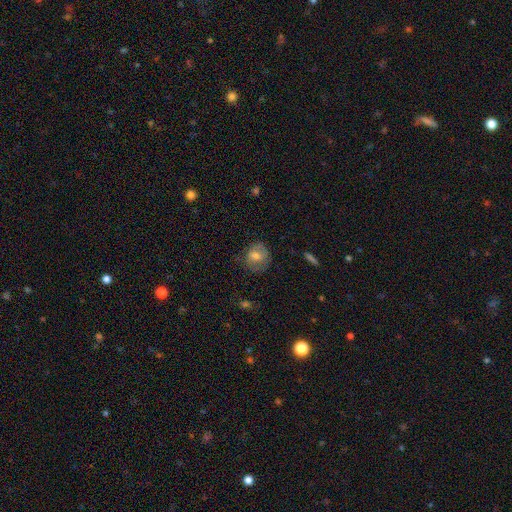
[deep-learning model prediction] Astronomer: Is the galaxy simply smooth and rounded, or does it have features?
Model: smooth — 61%.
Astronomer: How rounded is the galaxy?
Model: round — 73%.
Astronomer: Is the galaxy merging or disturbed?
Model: none — 66%.